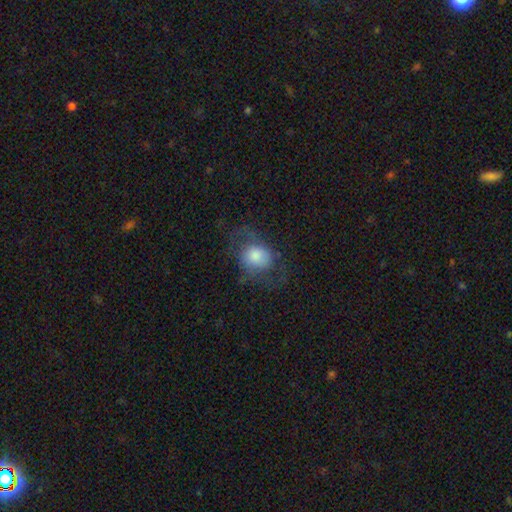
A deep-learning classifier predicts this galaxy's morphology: Smooth or featured? Predicted: smooth (p=0.62). How rounded? Predicted: round (p=0.61). Merging? Predicted: none (p=0.48).